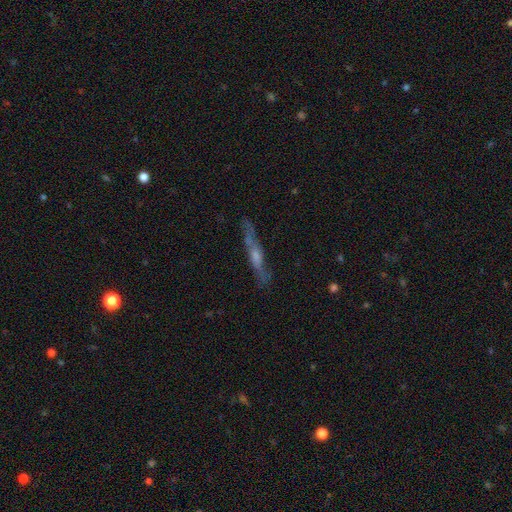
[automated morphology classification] The model was most divided on "edge-on bulge": rounded: 60%, none: 28%, boxy: 13%. More confident: edge-on disk — yes (85%); merging — none (76%); smooth or featured — featured or disk (67%).